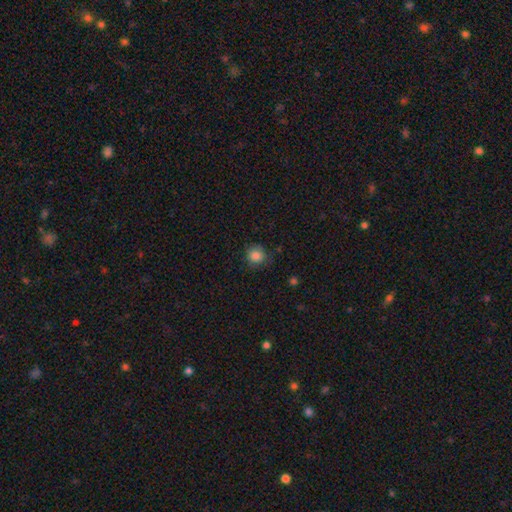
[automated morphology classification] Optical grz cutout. It shows a smooth galaxy with no disk features (85%) that is round (89%). Merging: none (77%).